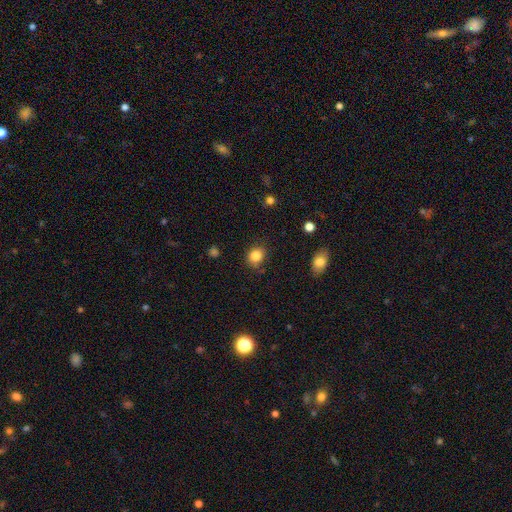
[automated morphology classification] smooth-or-featured: smooth: 84% | star or artifact: 10% | featured or disk: 5%
  how-rounded: round: 70% | in between: 29% | cigar-shaped: 1%
  merging: none: 79% | minor disturbance: 15% | major disturbance: 3% | merger: 2%